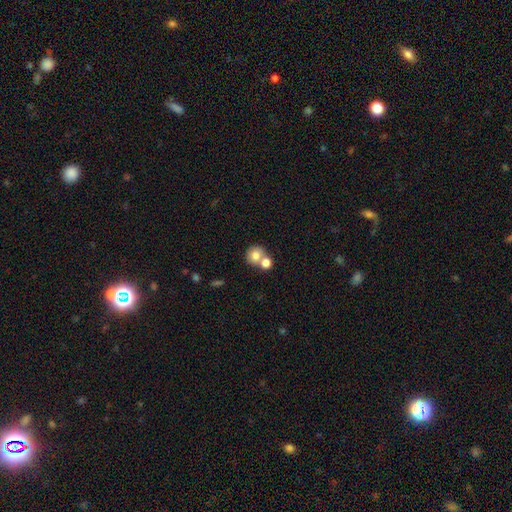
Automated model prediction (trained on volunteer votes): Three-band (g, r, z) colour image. It shows a smooth galaxy with no disk features (75%) that is round (83%). Merging: merger (49%).